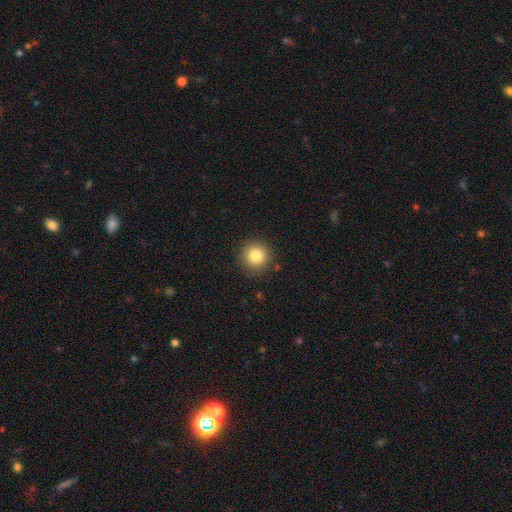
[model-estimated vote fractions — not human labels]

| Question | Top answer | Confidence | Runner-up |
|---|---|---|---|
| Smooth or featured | smooth | 83% | star or artifact (10%) |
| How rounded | round | 94% | in between (5%) |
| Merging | none | 90% | minor disturbance (7%) |